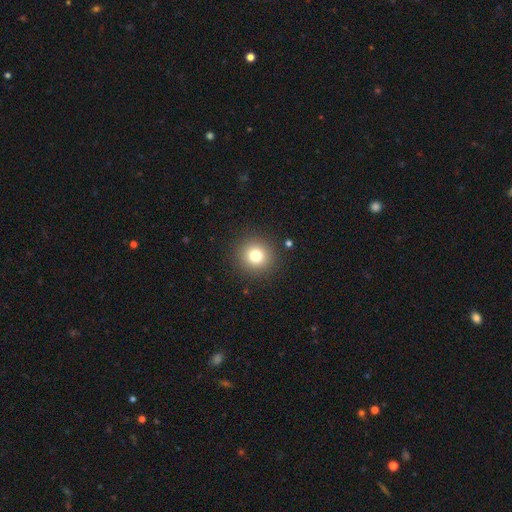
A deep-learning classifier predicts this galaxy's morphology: Smooth or featured?
  - smooth: 78% *
  - star or artifact: 13%
  - featured or disk: 9%
How rounded?
  - round: 93% *
  - in between: 6%
  - cigar-shaped: 1%
Merging?
  - none: 90% *
  - minor disturbance: 6%
  - major disturbance: 3%
  - merger: 1%